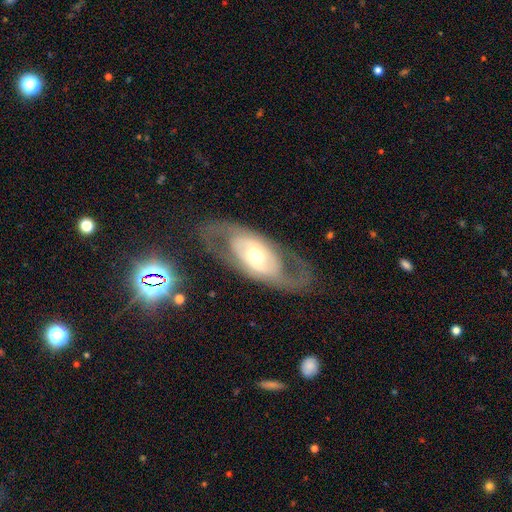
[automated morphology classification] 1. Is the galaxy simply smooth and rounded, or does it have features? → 73% featured or disk, 21% smooth, 5% star or artifact.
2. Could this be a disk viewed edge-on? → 87% no, 13% yes.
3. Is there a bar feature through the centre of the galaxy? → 62% no, 23% weak, 15% strong.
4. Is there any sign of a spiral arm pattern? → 54% no, 46% yes.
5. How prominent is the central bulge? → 66% moderate, 19% small, 13% large, 2% dominant, 1% none.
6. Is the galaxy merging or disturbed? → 75% none, 12% minor disturbance, 11% major disturbance, 2% merger.